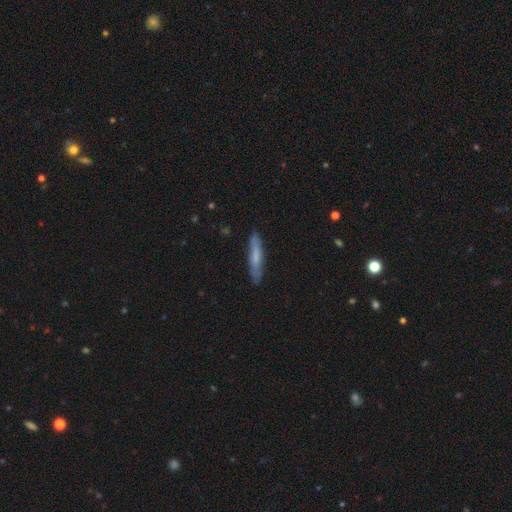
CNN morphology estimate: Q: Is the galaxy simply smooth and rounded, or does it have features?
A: smooth — 62%.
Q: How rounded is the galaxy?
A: cigar-shaped — 91%.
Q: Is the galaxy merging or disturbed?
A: none — 85%.